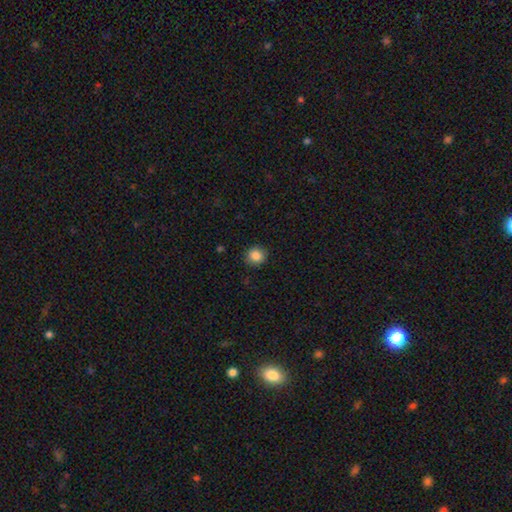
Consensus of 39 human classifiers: Overall: smooth (87%). How rounded: round (94%). Merging: none (89%).